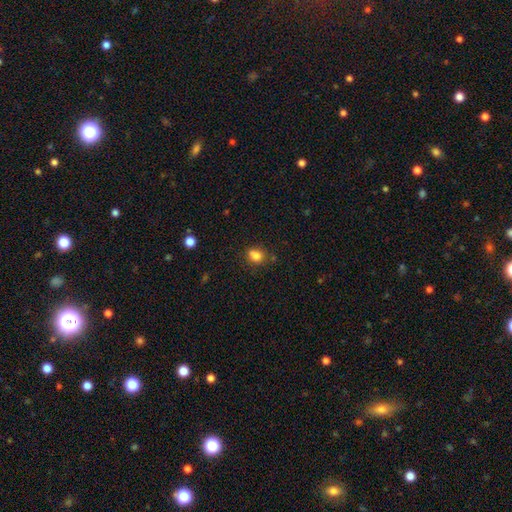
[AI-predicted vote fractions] A smooth galaxy with no disk features (80%) that is round (51%). Merging: none (62%).